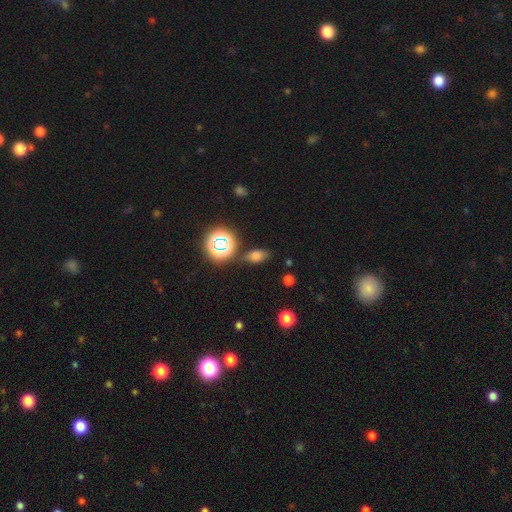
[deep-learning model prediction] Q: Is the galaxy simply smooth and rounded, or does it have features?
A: smooth — 68%.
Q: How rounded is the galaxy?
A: in between — 82%.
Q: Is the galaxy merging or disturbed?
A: none — 77%.